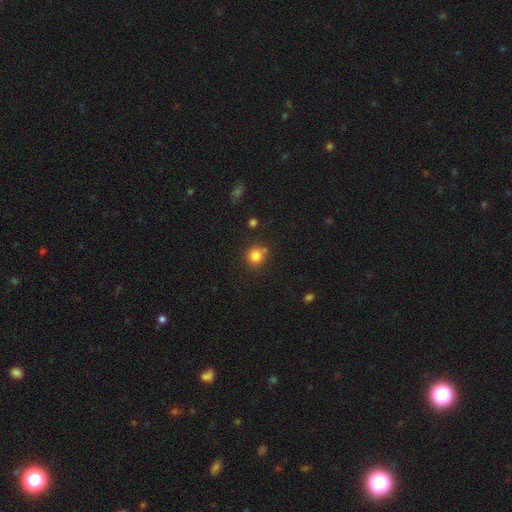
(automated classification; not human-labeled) A smooth galaxy with no disk features (82%) that is round (89%). Merging: none (73%).